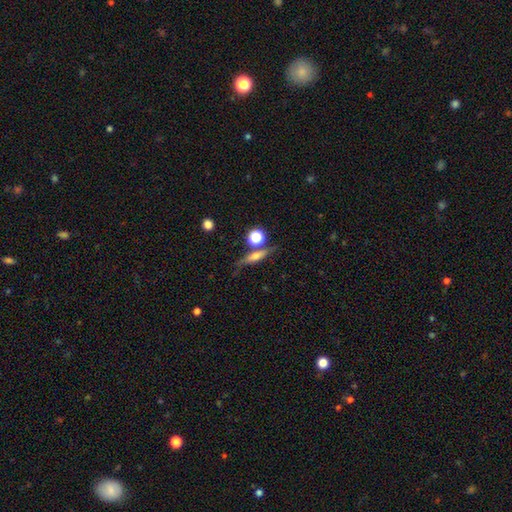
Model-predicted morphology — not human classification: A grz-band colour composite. It shows a featured or disk galaxy (46%). Merging: none (67%).